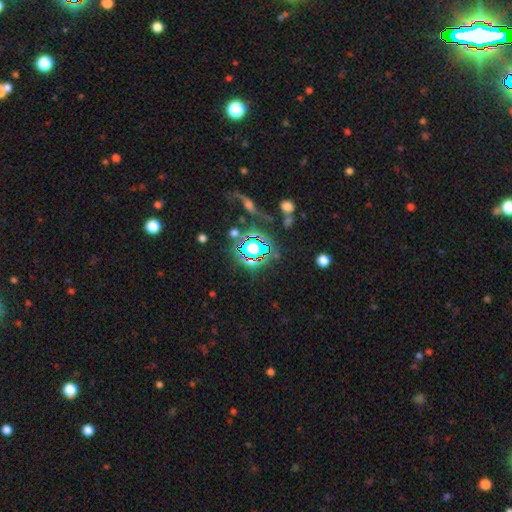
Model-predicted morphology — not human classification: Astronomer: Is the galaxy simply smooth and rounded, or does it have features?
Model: star or artifact — 74%.